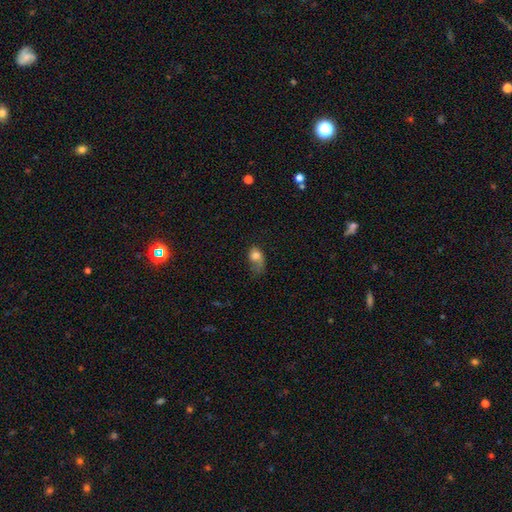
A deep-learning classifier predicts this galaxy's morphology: smooth-or-featured: smooth: 73% | featured or disk: 18% | star or artifact: 9%
  how-rounded: in between: 67% | round: 31% | cigar-shaped: 2%
  merging: major disturbance: 45% | minor disturbance: 29% | none: 22% | merger: 4%